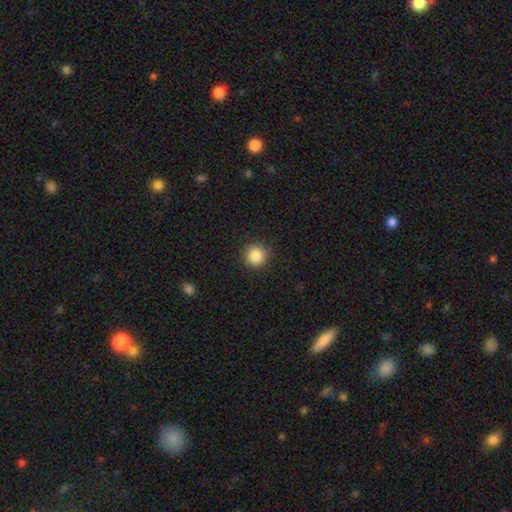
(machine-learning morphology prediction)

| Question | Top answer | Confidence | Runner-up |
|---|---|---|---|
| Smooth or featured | smooth | 86% | star or artifact (10%) |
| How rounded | round | 95% | in between (4%) |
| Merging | none | 91% | minor disturbance (6%) |